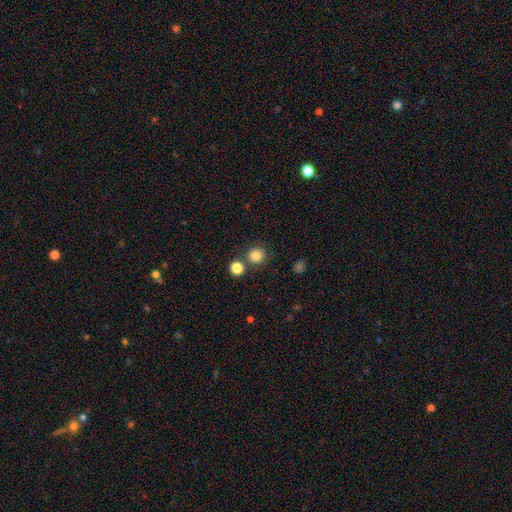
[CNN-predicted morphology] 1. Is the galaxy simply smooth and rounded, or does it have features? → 83% smooth, 12% star or artifact, 5% featured or disk.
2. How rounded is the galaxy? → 91% round, 8% in between, 1% cigar-shaped.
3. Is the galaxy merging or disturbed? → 79% none, 11% merger, 7% minor disturbance, 3% major disturbance.